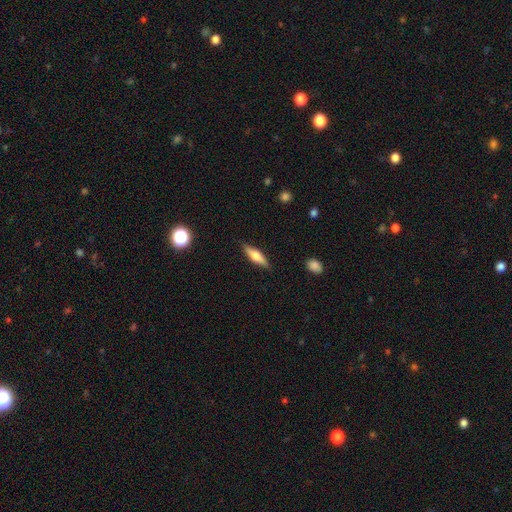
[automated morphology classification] This appears to be a smooth galaxy with no disk features (56%) that is cigar-shaped (62%). Merging: none (86%).